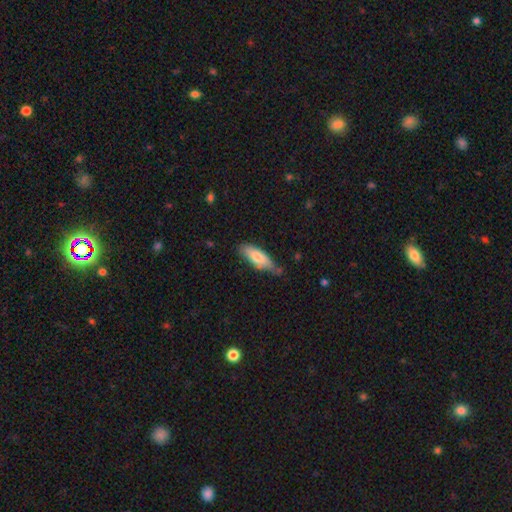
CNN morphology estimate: smooth_or_featured: smooth (p=0.72) [alt: featured or disk p=0.22]
how_rounded: in between (p=0.56) [alt: cigar-shaped p=0.43]
merging: none (p=0.62) [alt: minor disturbance p=0.29]